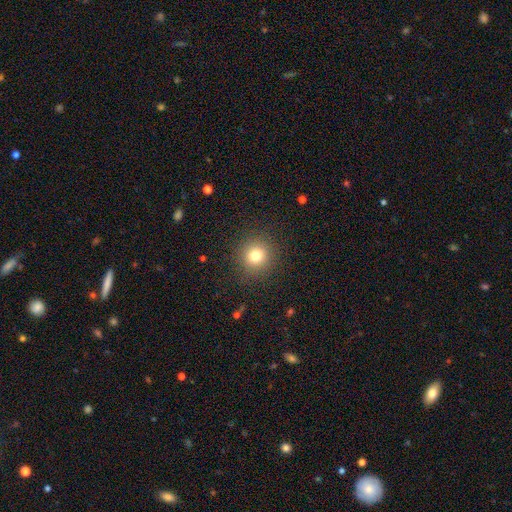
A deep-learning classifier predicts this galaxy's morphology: smooth 78%, star or artifact 14%, featured or disk 8%. Down the decision tree: how rounded — round (92%); merging — none (90%).